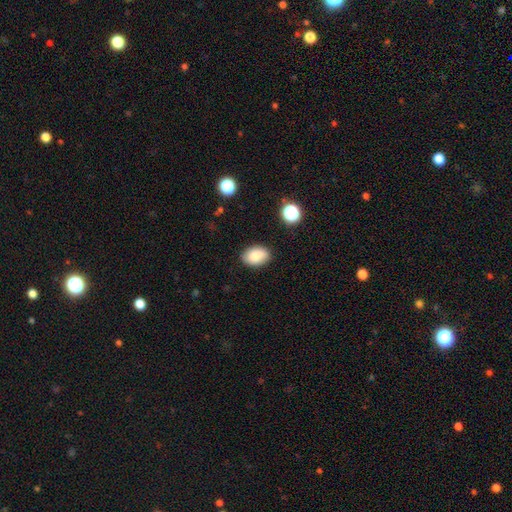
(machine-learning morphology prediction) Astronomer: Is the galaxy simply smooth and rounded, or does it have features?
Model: smooth — 84%.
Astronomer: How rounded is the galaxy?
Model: in between — 83%.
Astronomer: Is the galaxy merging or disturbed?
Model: none — 85%.